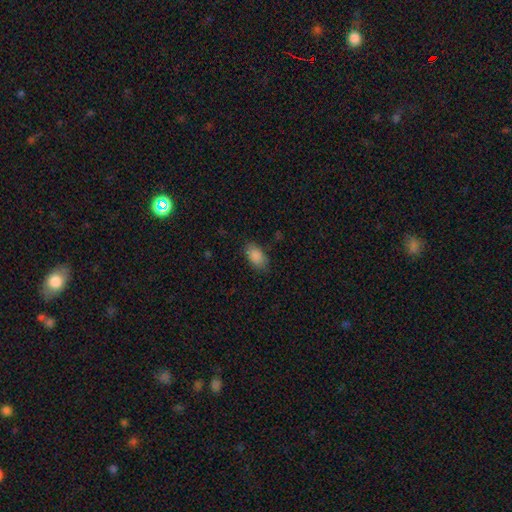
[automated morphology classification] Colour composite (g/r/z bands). It shows a smooth galaxy with no disk features (88%) that is in between round and cigar-shaped (92%). Merging: none (82%).